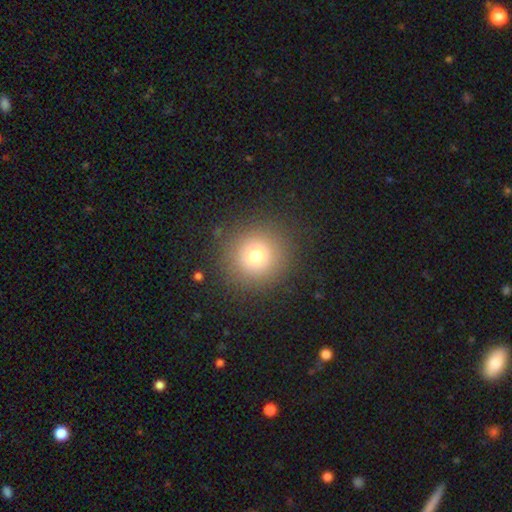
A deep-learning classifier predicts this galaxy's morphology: Q: Smooth or featured?
A: smooth (73%); runner-up: star or artifact (15%)
Q: How rounded?
A: round (94%); runner-up: in between (5%)
Q: Merging?
A: none (88%); runner-up: minor disturbance (7%)